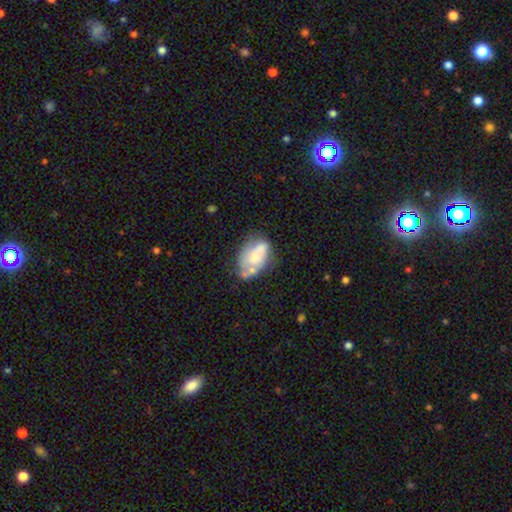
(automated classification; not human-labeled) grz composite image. It shows a smooth galaxy with no disk features (49%). Merging: none (37%).